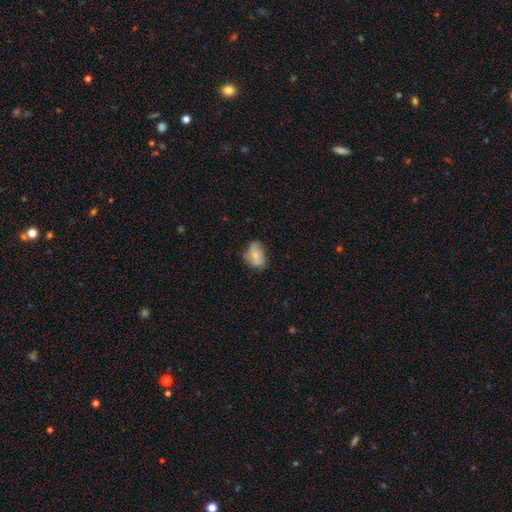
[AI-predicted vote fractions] A smooth galaxy with no disk features (59%) that is in between round and cigar-shaped (73%).

Vote fractions:
- Smooth or featured? smooth: 59% / featured or disk: 33% / star or artifact: 8%
- How rounded? in between: 73% / round: 25% / cigar-shaped: 1%
- Merging? none: 58% / minor disturbance: 32% / major disturbance: 9% / merger: 2%